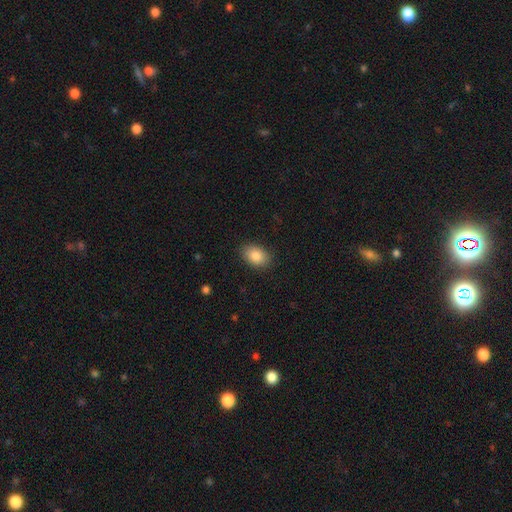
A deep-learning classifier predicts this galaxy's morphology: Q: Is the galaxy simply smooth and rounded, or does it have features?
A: smooth — 87%.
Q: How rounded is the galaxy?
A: in between — 82%.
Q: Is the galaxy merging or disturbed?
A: none — 86%.